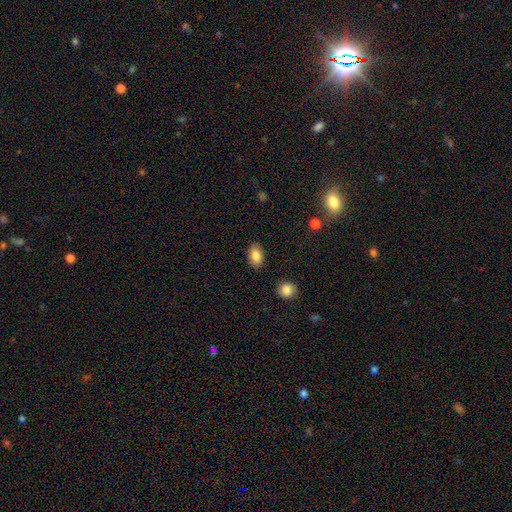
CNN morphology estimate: smooth_or_featured: smooth (p=0.84) [alt: featured or disk p=0.08]
how_rounded: in between (p=0.89) [alt: round p=0.10]
merging: none (p=0.87) [alt: minor disturbance p=0.09]